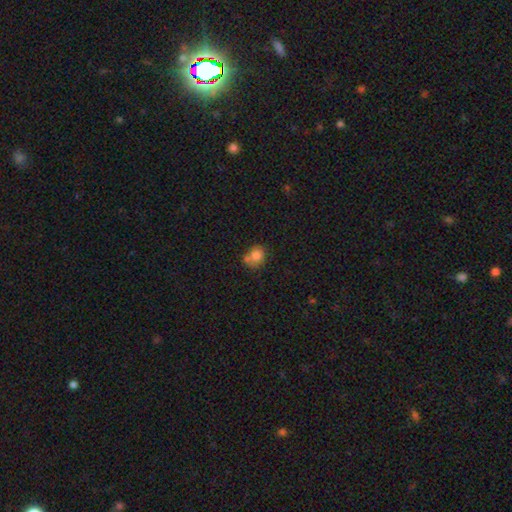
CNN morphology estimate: This is likely a smooth galaxy (79%). How rounded: likely round (66%). Merging: possibly none (46%).